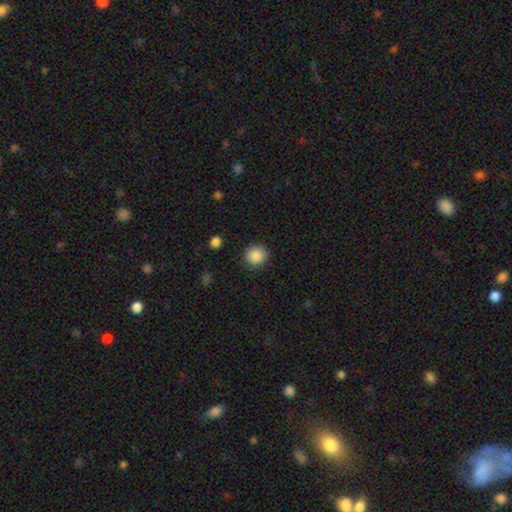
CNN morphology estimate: smooth_or_featured: smooth (p=0.88) [alt: star or artifact p=0.09]
how_rounded: round (p=0.90) [alt: in between p=0.09]
merging: none (p=0.90) [alt: minor disturbance p=0.06]